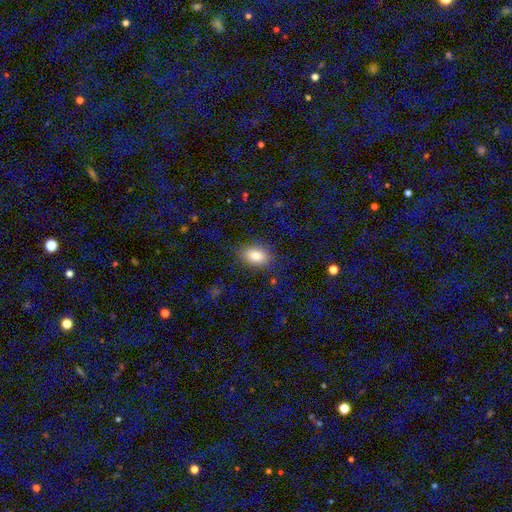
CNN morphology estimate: smooth_or_featured: smooth (p=0.83) [alt: featured or disk p=0.09]
how_rounded: in between (p=0.86) [alt: round p=0.12]
merging: none (p=0.80) [alt: minor disturbance p=0.13]